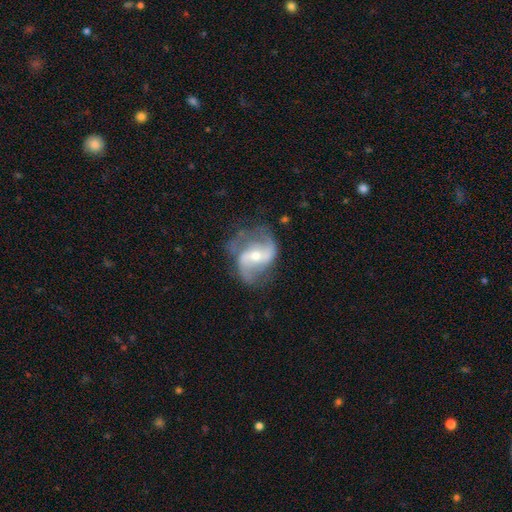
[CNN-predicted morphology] This appears to be a featured or disk galaxy (86%) with a weak bar (40%), 2 (87%) loose (48%) spiral arms (94%) and a small central bulge (48%). Merging: none (65%).